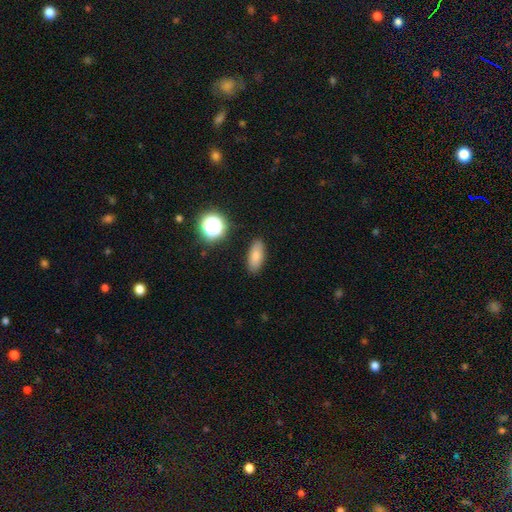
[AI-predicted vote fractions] Morphology: type=smooth (78%); roundness=in between (78%); merging=none (87%).